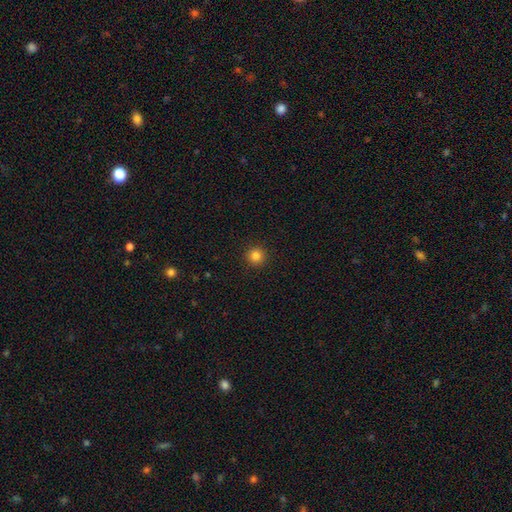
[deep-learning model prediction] Smooth or featured: smooth — 83% (star or artifact — 13%)
How rounded: round — 95% (in between — 4%)
Merging: none — 93% (minor disturbance — 5%)